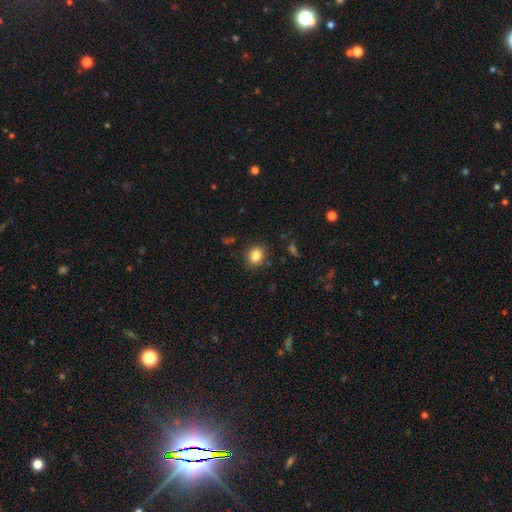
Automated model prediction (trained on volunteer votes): smooth_or_featured: smooth (p=0.85) [alt: star or artifact p=0.10]
how_rounded: round (p=0.57) [alt: in between p=0.42]
merging: none (p=0.86) [alt: minor disturbance p=0.10]